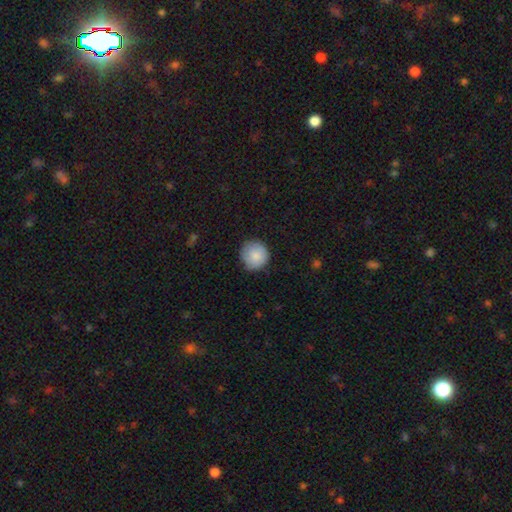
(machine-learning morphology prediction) A smooth galaxy with no disk features (86%) that is round (94%). Merging: none (85%).